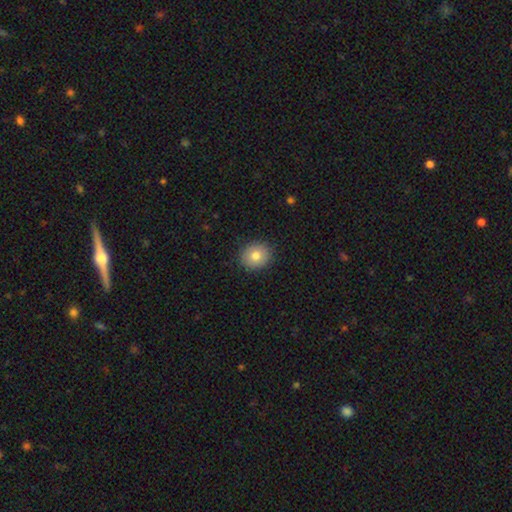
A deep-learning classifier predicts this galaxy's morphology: This appears to be a smooth galaxy with no disk features (79%) that is round (76%). Merging: none (90%).